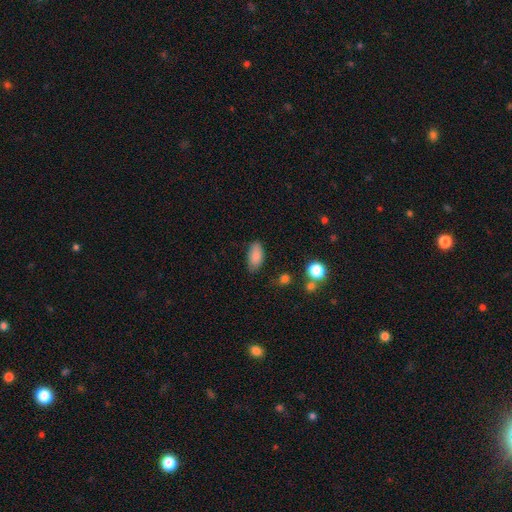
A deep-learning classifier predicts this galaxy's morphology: A smooth galaxy with no disk features (86%) that is in between round and cigar-shaped (91%). Merging: none (74%).